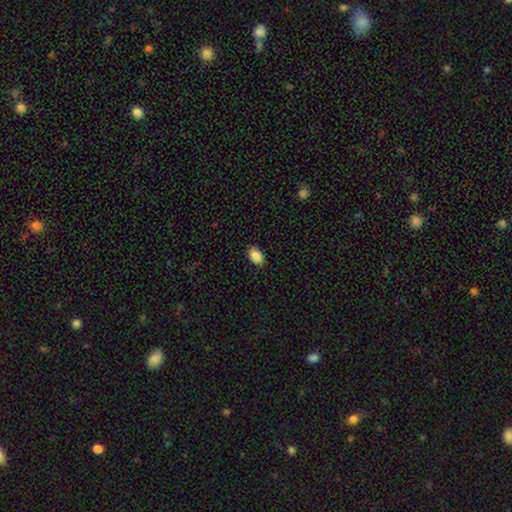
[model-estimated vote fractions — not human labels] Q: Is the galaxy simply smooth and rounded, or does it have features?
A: smooth — 88%.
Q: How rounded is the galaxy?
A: in between — 91%.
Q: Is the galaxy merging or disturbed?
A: none — 85%.